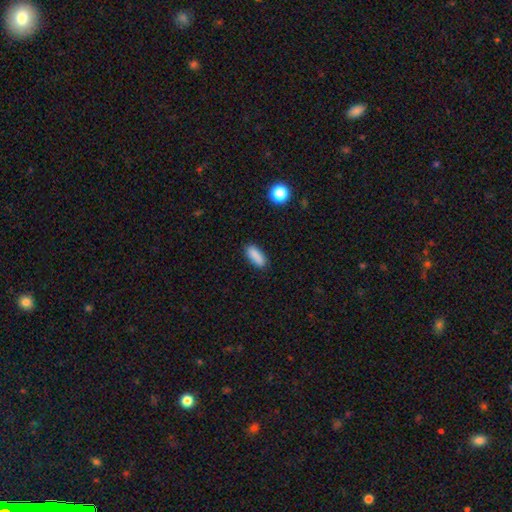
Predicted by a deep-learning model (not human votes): This is clearly a smooth galaxy (87%). How rounded: likely in between (69%). Merging: clearly none (84%).